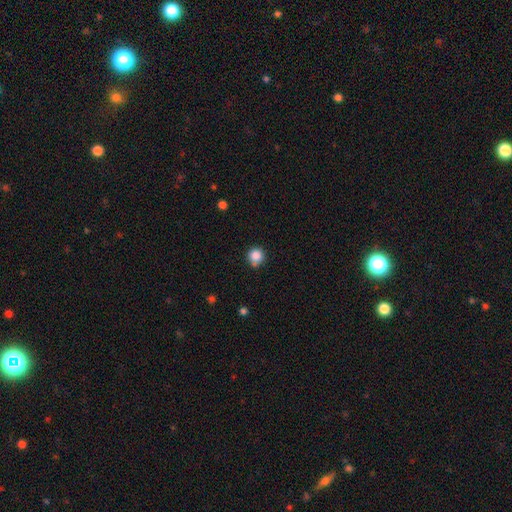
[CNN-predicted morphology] This appears to be a smooth galaxy with no disk features (85%) that is round (92%). Merging: none (72%).